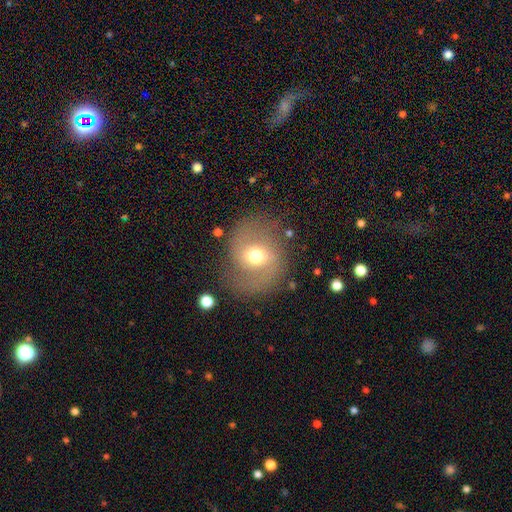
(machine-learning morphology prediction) Smooth or featured? featured or disk (60%)
Edge-on disk? no (96%)
Bar? weak (43%)
Spiral arms? yes (78%)
Bulge size? moderate (70%)
Merging? none (77%)